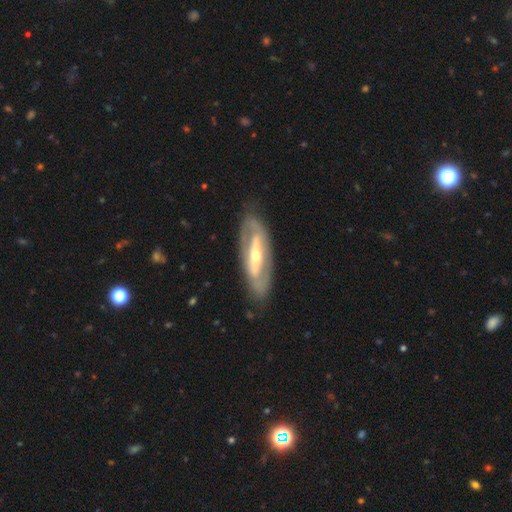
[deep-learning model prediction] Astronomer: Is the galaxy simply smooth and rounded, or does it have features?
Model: featured or disk — 79%.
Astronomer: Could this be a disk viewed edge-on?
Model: no — 84%.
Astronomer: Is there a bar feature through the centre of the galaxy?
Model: strong — 52%.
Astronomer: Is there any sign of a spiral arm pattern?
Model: yes — 59% (runner-up: no, 41%).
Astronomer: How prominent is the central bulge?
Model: moderate — 51% (runner-up: small, 43%).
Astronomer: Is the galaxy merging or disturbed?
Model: none — 81%.